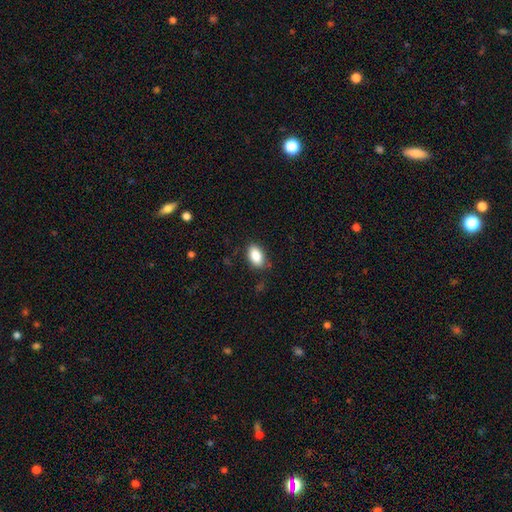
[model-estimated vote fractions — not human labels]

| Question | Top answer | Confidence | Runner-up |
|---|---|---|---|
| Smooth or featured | smooth | 87% | star or artifact (7%) |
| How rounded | in between | 92% | round (6%) |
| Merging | none | 82% | minor disturbance (13%) |